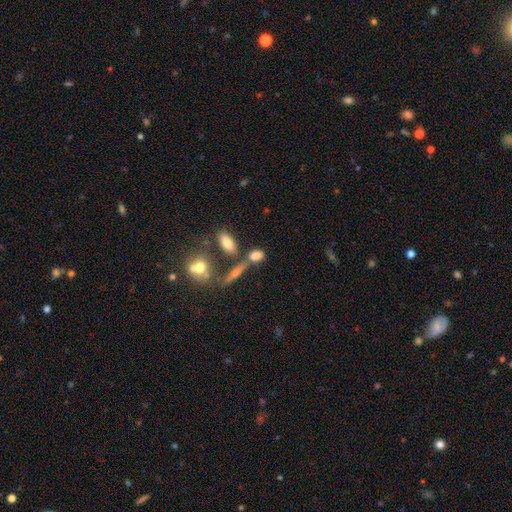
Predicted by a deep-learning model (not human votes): The model was most divided on "merging": none: 52%, merger: 28%, minor disturbance: 14%, major disturbance: 7%. More confident: smooth or featured — smooth (71%); how rounded — in between (70%).